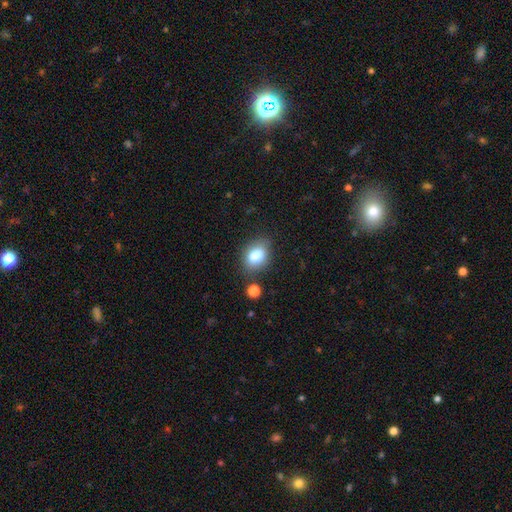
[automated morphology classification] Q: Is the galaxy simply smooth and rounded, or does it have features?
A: smooth — 81%.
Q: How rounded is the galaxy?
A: in between — 73%.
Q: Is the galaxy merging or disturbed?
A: none — 74%.